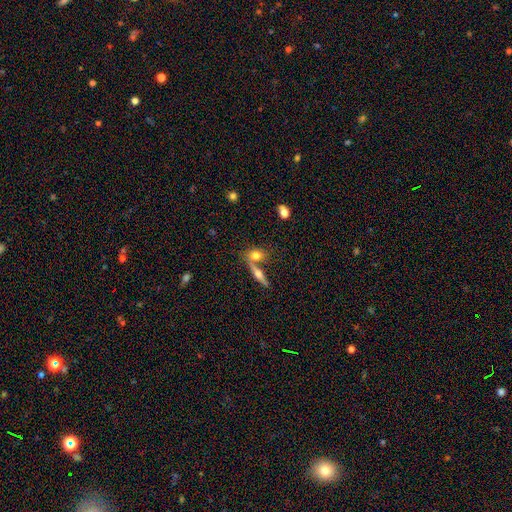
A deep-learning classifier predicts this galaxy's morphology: Smooth or featured? smooth (68%)
How rounded? in between (57%)
Merging? none (53%)